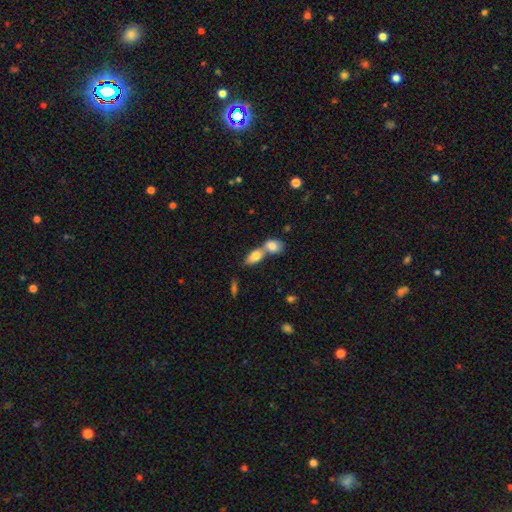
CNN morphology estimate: Q: Smooth or featured?
A: smooth (78%); runner-up: featured or disk (14%)
Q: How rounded?
A: in between (82%); runner-up: round (10%)
Q: Merging?
A: merger (68%); runner-up: none (23%)